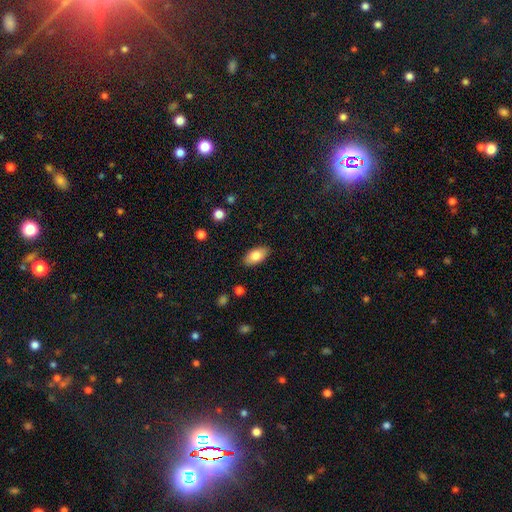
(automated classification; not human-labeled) Q: Smooth or featured?
A: smooth (81%); runner-up: featured or disk (12%)
Q: How rounded?
A: in between (93%); runner-up: cigar-shaped (4%)
Q: Merging?
A: none (87%); runner-up: minor disturbance (9%)